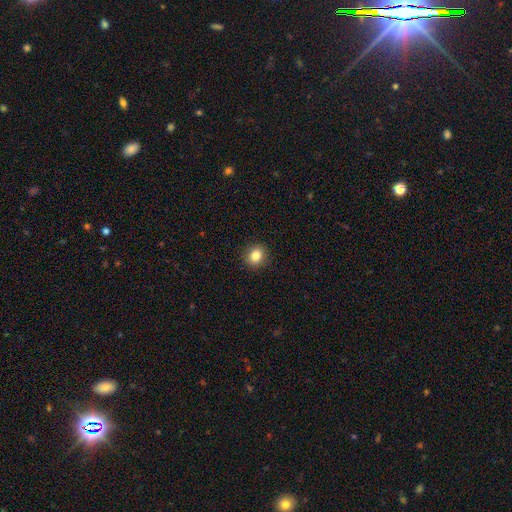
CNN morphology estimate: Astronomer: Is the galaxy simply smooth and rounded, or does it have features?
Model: smooth — 83%.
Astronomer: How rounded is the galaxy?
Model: round — 78%.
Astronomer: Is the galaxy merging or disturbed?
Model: none — 91%.